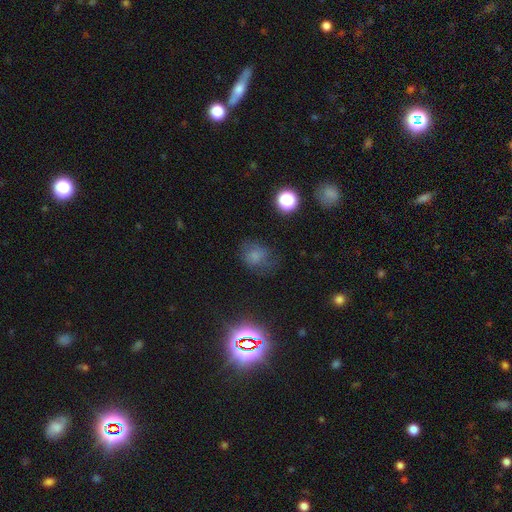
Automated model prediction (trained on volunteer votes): smooth-or-featured: smooth: 66% | star or artifact: 20% | featured or disk: 14%
  how-rounded: round: 66% | in between: 33% | cigar-shaped: 1%
  merging: none: 58% | minor disturbance: 25% | major disturbance: 15% | merger: 2%